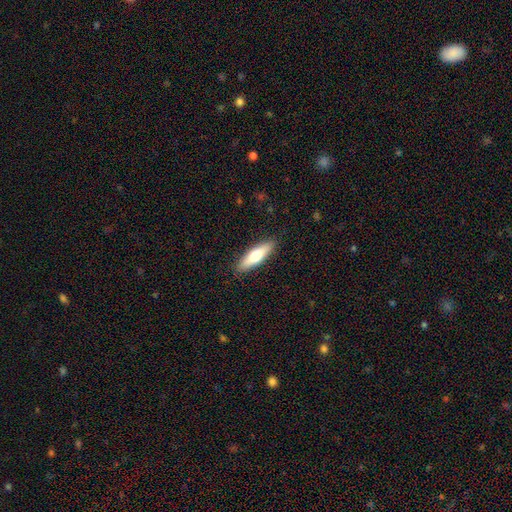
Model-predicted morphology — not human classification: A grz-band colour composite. It shows a smooth galaxy with no disk features (64%) that is cigar-shaped (64%). Merging: none (89%).